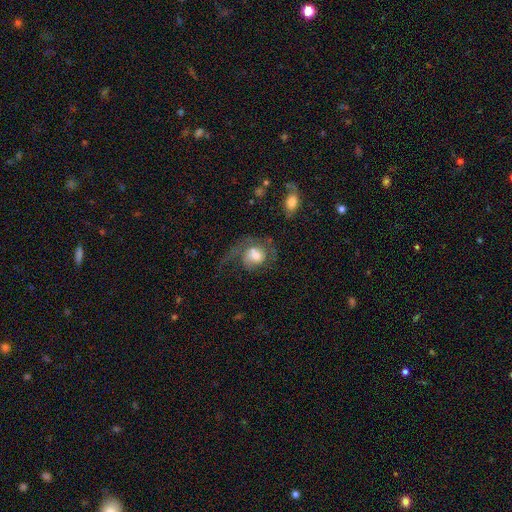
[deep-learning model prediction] Q: Smooth or featured?
A: featured or disk (48%); runner-up: smooth (43%)
Q: Merging?
A: major disturbance (41%); runner-up: none (29%)